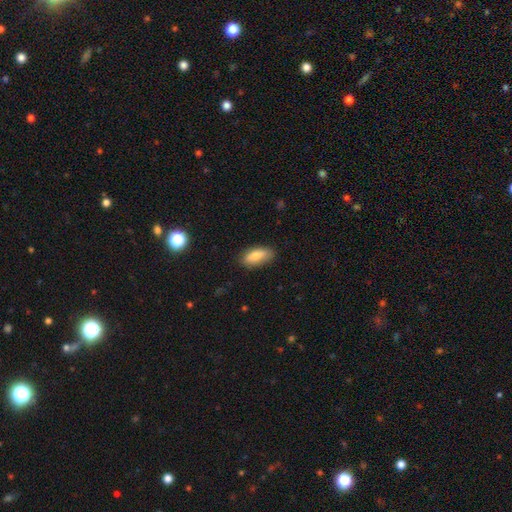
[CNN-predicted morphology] The model was most divided on "merging": none: 80%, minor disturbance: 15%, major disturbance: 3%, merger: 1%. More confident: how rounded — in between (85%); smooth or featured — smooth (80%).